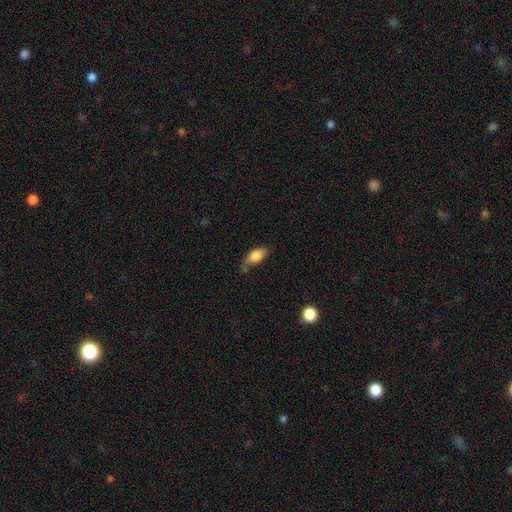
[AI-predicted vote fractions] Smooth or featured? smooth (80%)
How rounded? in between (85%)
Merging? none (54%)